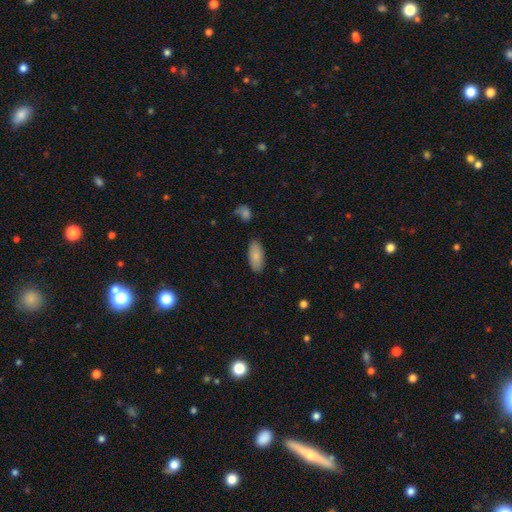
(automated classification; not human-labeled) Smooth or featured? Predicted: smooth (p=0.86). How rounded? Predicted: in between (p=0.87). Merging? Predicted: none (p=0.85).